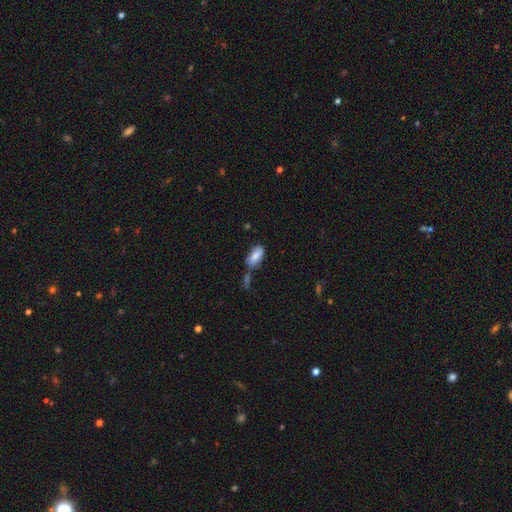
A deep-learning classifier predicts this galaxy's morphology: This is likely a smooth galaxy (75%). How rounded: clearly in between (87%). Merging: possibly none (54%).